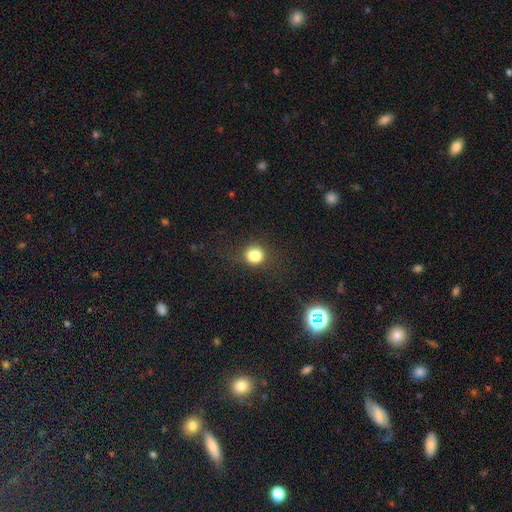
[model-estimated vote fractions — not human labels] This is clearly a smooth galaxy (83%). How rounded: likely round (76%). Merging: likely none (76%).